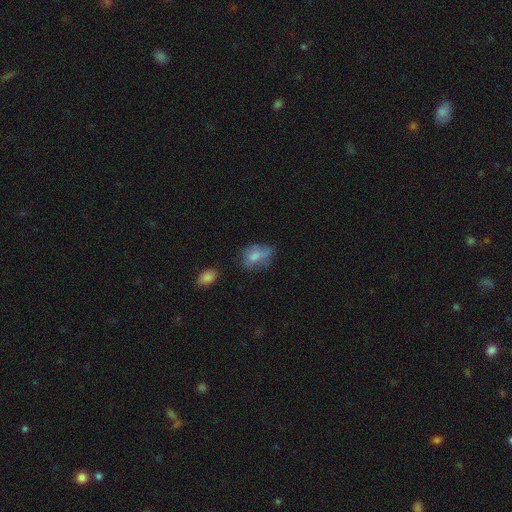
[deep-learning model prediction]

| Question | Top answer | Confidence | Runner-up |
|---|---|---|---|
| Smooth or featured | smooth | 72% | featured or disk (18%) |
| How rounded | in between | 77% | round (20%) |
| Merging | none | 40% | minor disturbance (34%) |